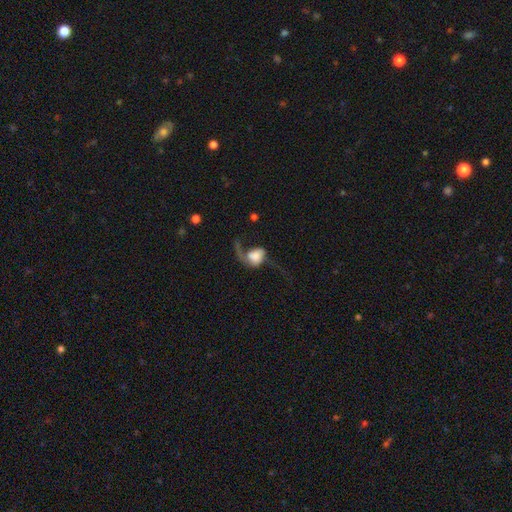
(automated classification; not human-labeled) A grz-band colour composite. It shows a featured or disk galaxy (59%) with no bar (69%), spiral arms (86%) and a large central bulge (31%). Merging: major disturbance (45%).